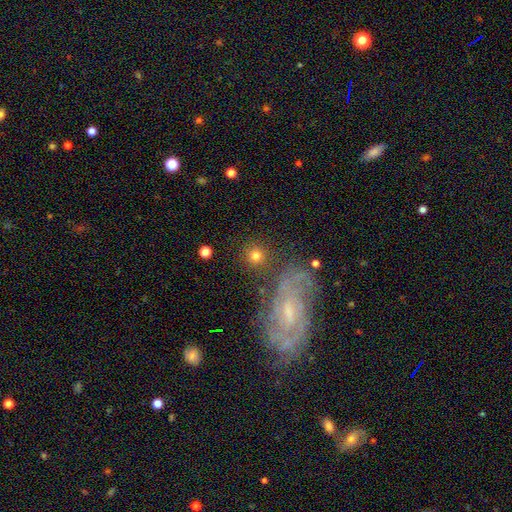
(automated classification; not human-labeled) smooth 74%, featured or disk 14%, star or artifact 12%. Down the decision tree: how rounded — round (92%); merging — none (82%).